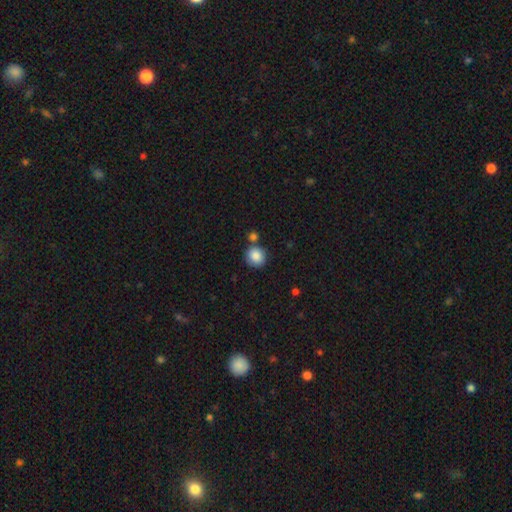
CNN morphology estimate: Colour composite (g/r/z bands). It shows a smooth galaxy with no disk features (87%) that is round (88%). Merging: none (73%).